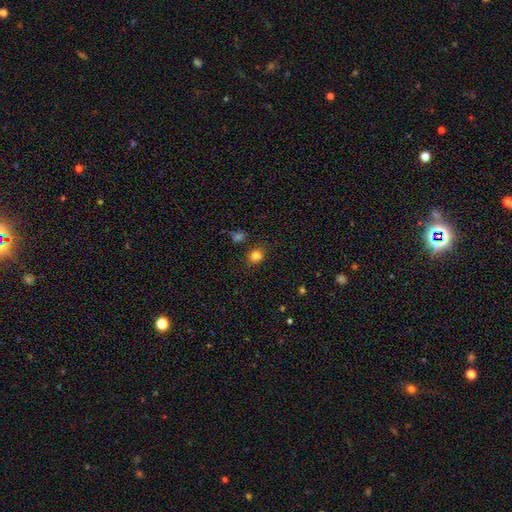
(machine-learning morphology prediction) Q: Smooth or featured?
A: smooth (80%); runner-up: star or artifact (14%)
Q: How rounded?
A: round (60%); runner-up: in between (39%)
Q: Merging?
A: none (77%); runner-up: minor disturbance (13%)